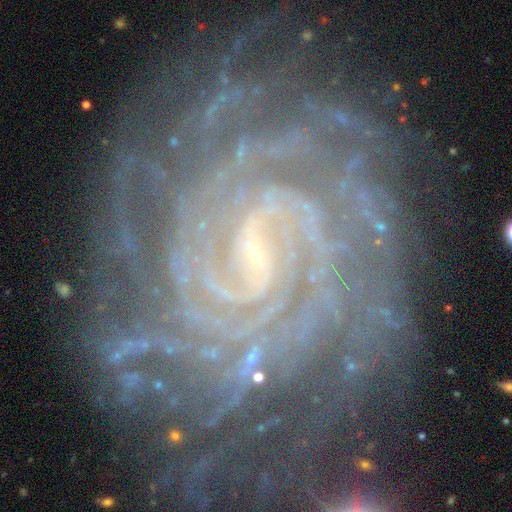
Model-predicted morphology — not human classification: Overall: featured or disk (89%). Edge-on disk: no (98%). Bar: weak (46%; no 27%). Spiral arms: yes (98%). Spiral arm count: more than 4 (20%, tied with can't tell). Spiral winding: tight (84%). Bulge size: small (80%). Merging: none (79%).